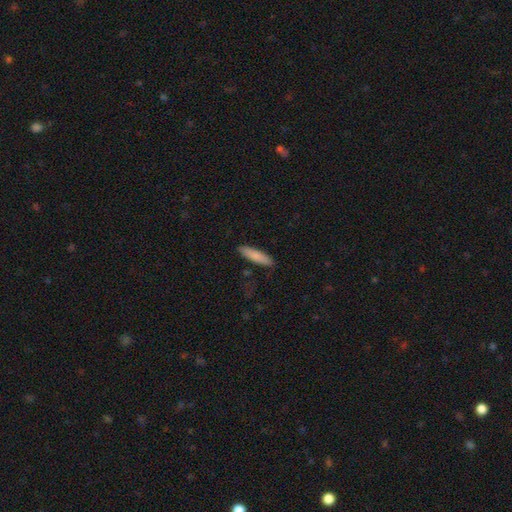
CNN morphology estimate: smooth 83%, featured or disk 12%, star or artifact 6%. Down the decision tree: how rounded — cigar-shaped (79%); merging — none (89%).